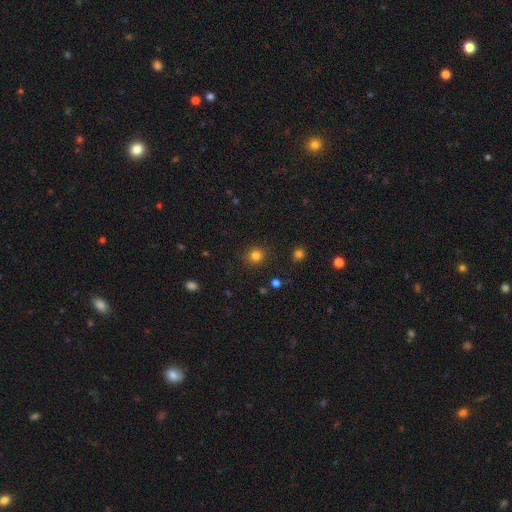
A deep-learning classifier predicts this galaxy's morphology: Q: Smooth or featured?
A: smooth (82%); runner-up: star or artifact (14%)
Q: How rounded?
A: round (85%); runner-up: in between (14%)
Q: Merging?
A: none (88%); runner-up: minor disturbance (7%)